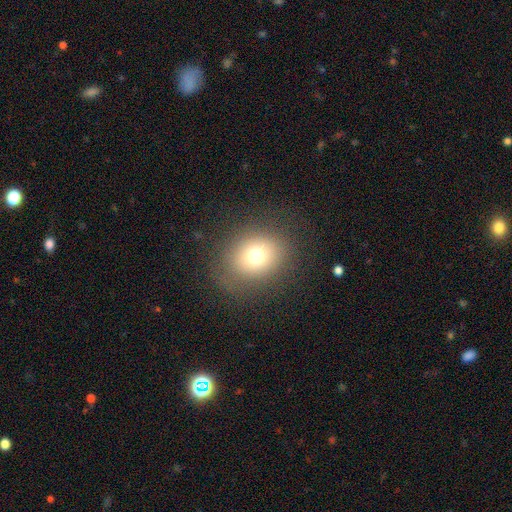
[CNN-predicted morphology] Smooth or featured: smooth — 72% (star or artifact — 15%)
How rounded: round — 66% (in between — 33%)
Merging: none — 81% (minor disturbance — 11%)